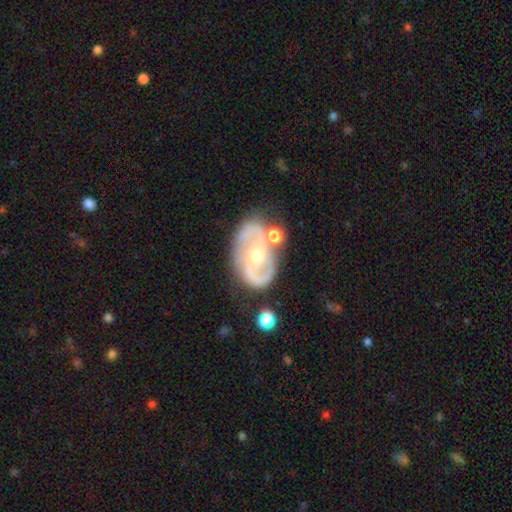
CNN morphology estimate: The model was most divided on "bulge size": moderate: 51%, small: 44%, large: 2%, none: 2%, dominant: 1%. Remaining: edge-on disk — no (97%); spiral arms — yes (93%); smooth or featured — featured or disk (85%); spiral arm count — 2 (83%); merging — none (67%); bar — no (55%); spiral winding — medium (50%).